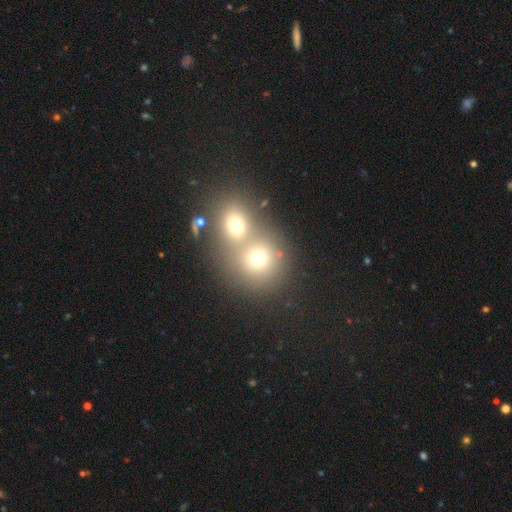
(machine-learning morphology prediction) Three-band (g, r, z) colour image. It shows a smooth galaxy with no disk features (59%) that is round (76%). Merging: merger (71%).